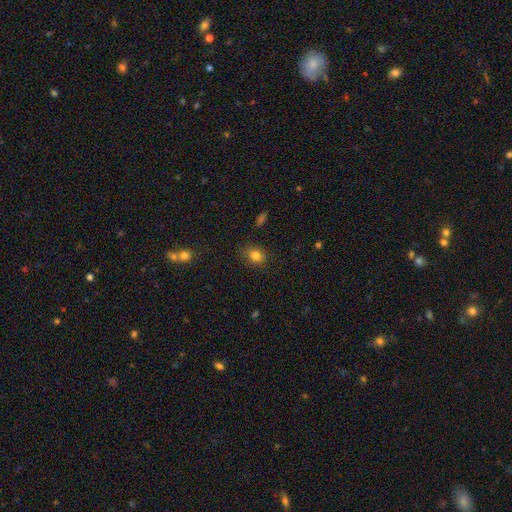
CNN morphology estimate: Q: Smooth or featured?
A: smooth (81%); runner-up: star or artifact (13%)
Q: How rounded?
A: in between (51%); runner-up: round (47%)
Q: Merging?
A: none (78%); runner-up: minor disturbance (16%)